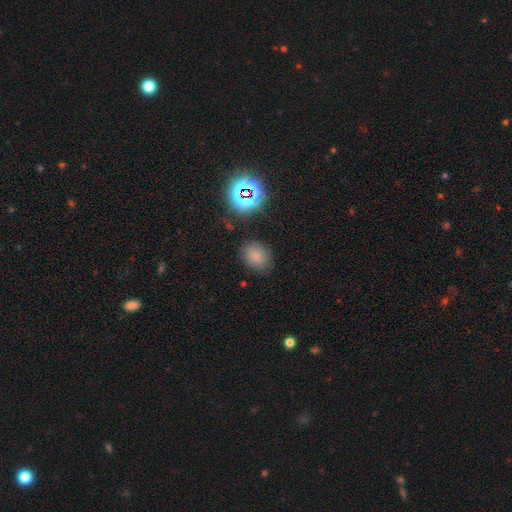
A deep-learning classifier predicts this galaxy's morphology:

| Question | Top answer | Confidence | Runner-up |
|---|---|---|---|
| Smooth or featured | smooth | 72% | star or artifact (19%) |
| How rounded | in between | 51% | round (48%) |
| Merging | none | 80% | minor disturbance (13%) |